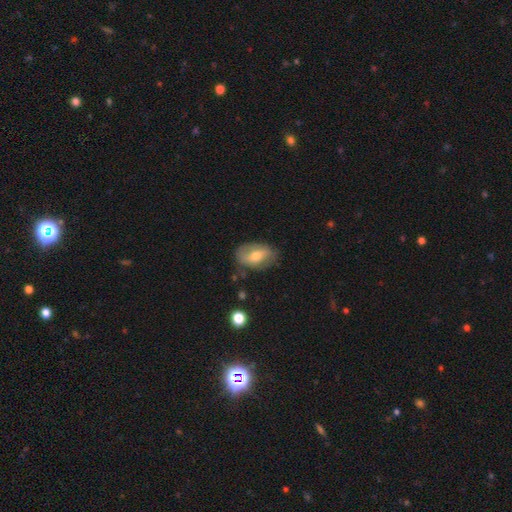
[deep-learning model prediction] A smooth galaxy with no disk features (50%) that is in between round and cigar-shaped (86%).

Vote fractions:
- Smooth or featured? smooth: 50% / featured or disk: 43% / star or artifact: 7%
- How rounded? in between: 86% / round: 12% / cigar-shaped: 2%
- Merging? none: 70% / minor disturbance: 22% / major disturbance: 6% / merger: 2%